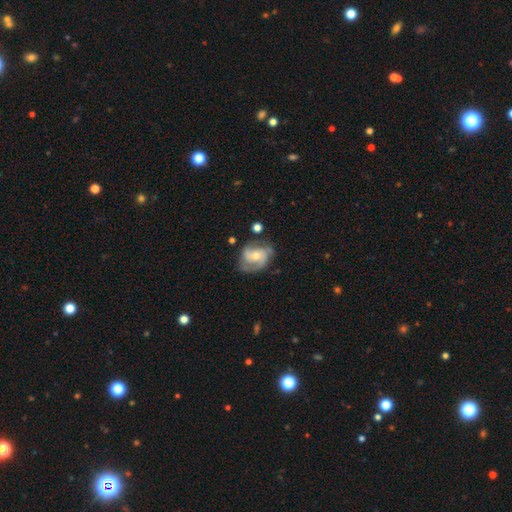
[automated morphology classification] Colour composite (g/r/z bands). It shows a featured or disk galaxy (79%) with no bar (61%), 2 (50%) medium (49%) spiral arms (93%) and a moderate central bulge (51%). Merging: none (64%).